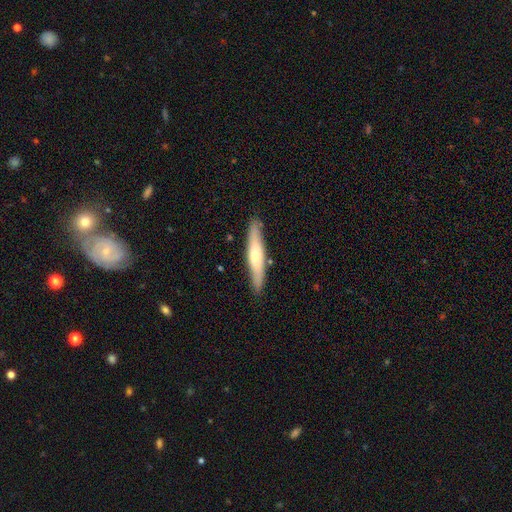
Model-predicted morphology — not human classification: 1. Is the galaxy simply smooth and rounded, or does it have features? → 57% smooth, 38% featured or disk, 5% star or artifact.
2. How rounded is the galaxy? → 90% cigar-shaped, 9% in between, 1% round.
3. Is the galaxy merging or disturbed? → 87% none, 10% minor disturbance, 2% merger, 2% major disturbance.